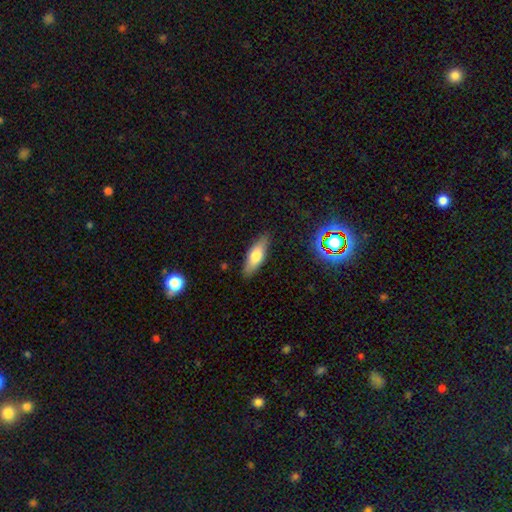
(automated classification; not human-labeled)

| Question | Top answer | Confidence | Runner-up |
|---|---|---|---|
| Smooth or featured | smooth | 68% | featured or disk (25%) |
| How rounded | in between | 61% | cigar-shaped (37%) |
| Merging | none | 85% | minor disturbance (11%) |